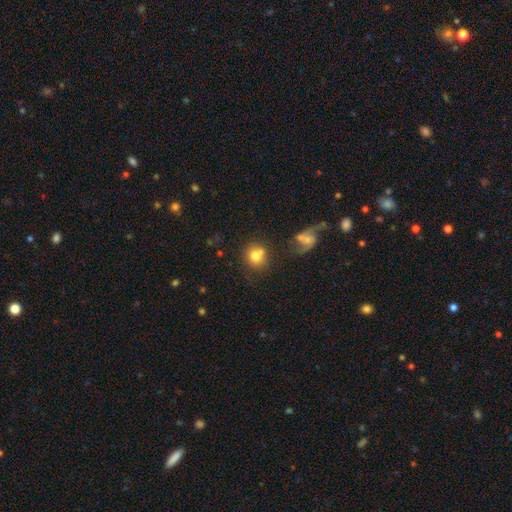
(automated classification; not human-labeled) Smooth or featured: smooth — 73% (featured or disk — 17%)
How rounded: round — 82% (in between — 17%)
Merging: none — 52% (merger — 28%)